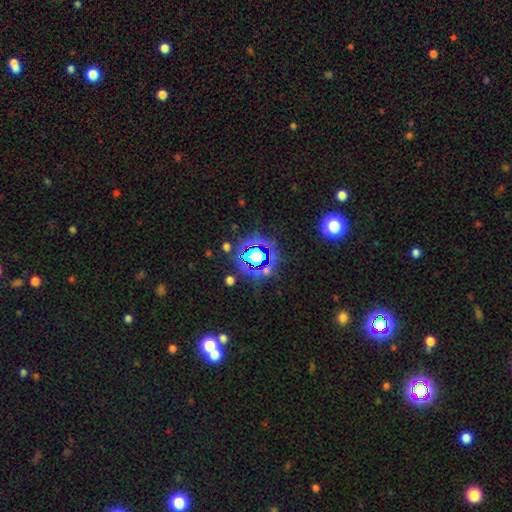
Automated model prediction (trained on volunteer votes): smooth-or-featured: star or artifact: 68% | smooth: 20% | featured or disk: 12%